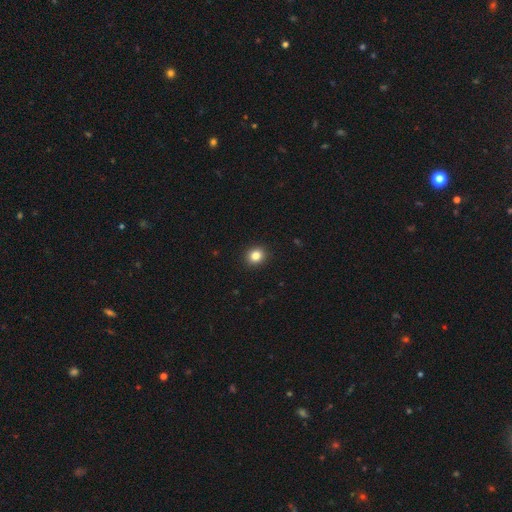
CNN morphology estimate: Smooth or featured?
  - smooth: 84% *
  - star or artifact: 11%
  - featured or disk: 5%
How rounded?
  - round: 83% *
  - in between: 16%
  - cigar-shaped: 1%
Merging?
  - none: 92% *
  - minor disturbance: 5%
  - major disturbance: 2%
  - merger: 1%